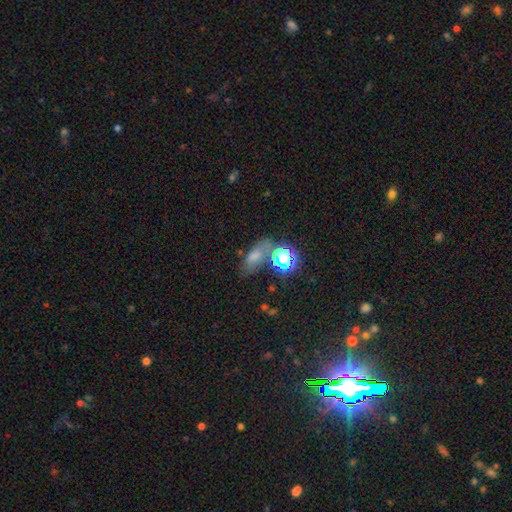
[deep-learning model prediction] smooth-or-featured: smooth: 60% | star or artifact: 27% | featured or disk: 13%
  how-rounded: in between: 75% | round: 15% | cigar-shaped: 10%
  merging: none: 58% | minor disturbance: 18% | merger: 15% | major disturbance: 9%